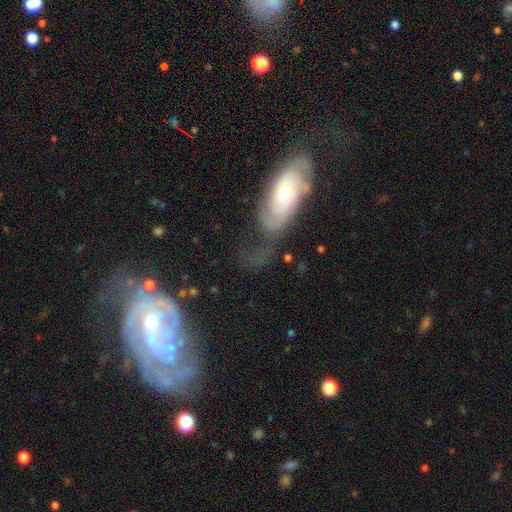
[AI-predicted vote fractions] smooth_or_featured: featured or disk (p=0.70) [alt: smooth p=0.20]
disk_edge_on: no (p=0.91) [alt: yes p=0.09]
bar: no (p=0.59) [alt: weak p=0.28]
has_spiral_arms: yes (p=0.84) [alt: no p=0.16]
spiral_winding: tight (p=0.54) [alt: medium p=0.32]
spiral_arm_count: 2 (p=0.41) [alt: can't tell p=0.34]
bulge_size: moderate (p=0.51) [alt: small p=0.38]
merging: none (p=0.51) [alt: minor disturbance p=0.21]